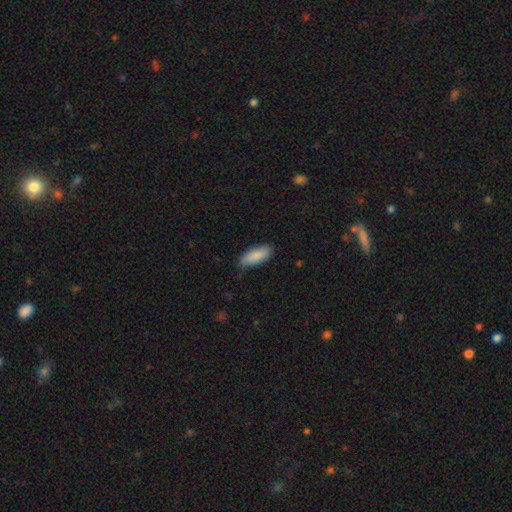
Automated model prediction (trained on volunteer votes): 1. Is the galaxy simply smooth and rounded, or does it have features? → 85% smooth, 10% featured or disk, 6% star or artifact.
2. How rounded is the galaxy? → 79% in between, 19% cigar-shaped, 2% round.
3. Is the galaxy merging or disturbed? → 80% none, 16% minor disturbance, 2% major disturbance, 1% merger.